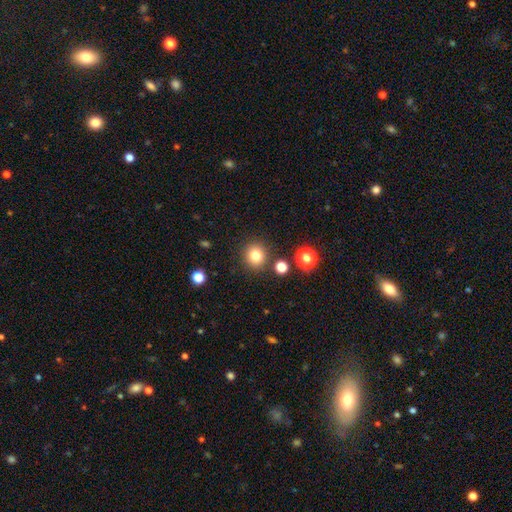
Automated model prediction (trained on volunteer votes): A smooth galaxy with no disk features (81%) that is round (89%). Merging: none (87%).